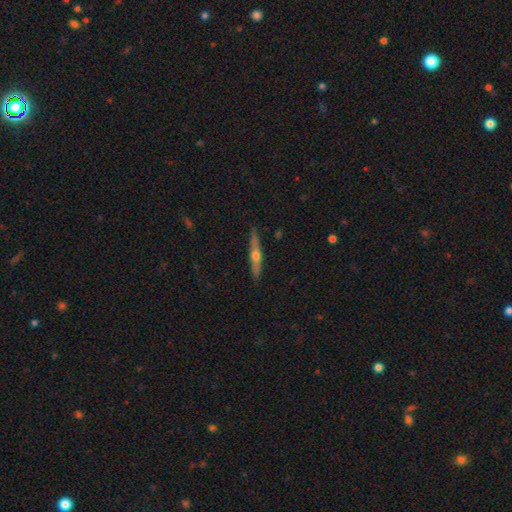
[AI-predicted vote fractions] This appears to be a featured or disk galaxy (63%) viewed edge-on (95%) with a rounded central bulge (91%). Merging: none (88%).